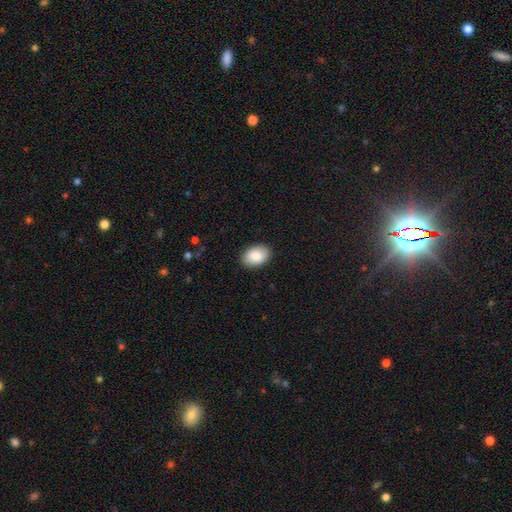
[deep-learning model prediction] smooth 88%, star or artifact 6%, featured or disk 6%. Down the decision tree: how rounded — in between (85%); merging — none (89%).